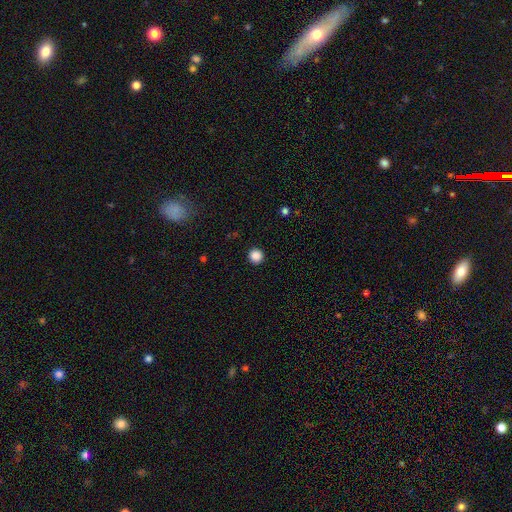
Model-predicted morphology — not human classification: Smooth or featured? smooth (87%)
How rounded? round (96%)
Merging? none (93%)